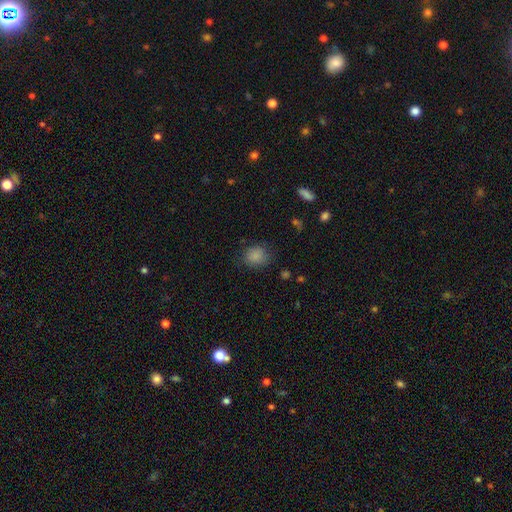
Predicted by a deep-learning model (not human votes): The model was most divided on "how rounded": round: 59%, in between: 40%, cigar-shaped: 1%. More confident: smooth or featured — smooth (84%); merging — none (74%).